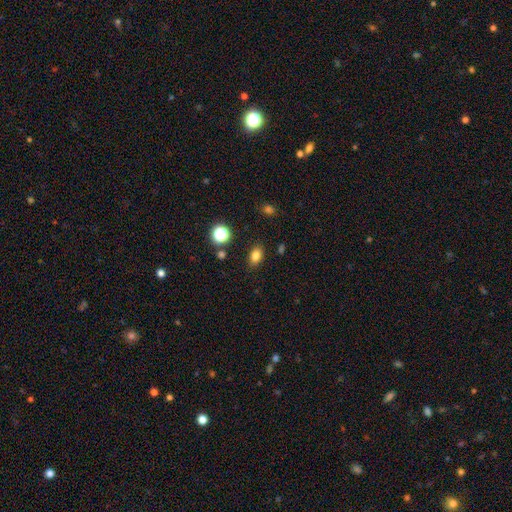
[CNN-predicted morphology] smooth 80%, star or artifact 13%, featured or disk 7%. Down the decision tree: how rounded — in between (78%); merging — none (85%).